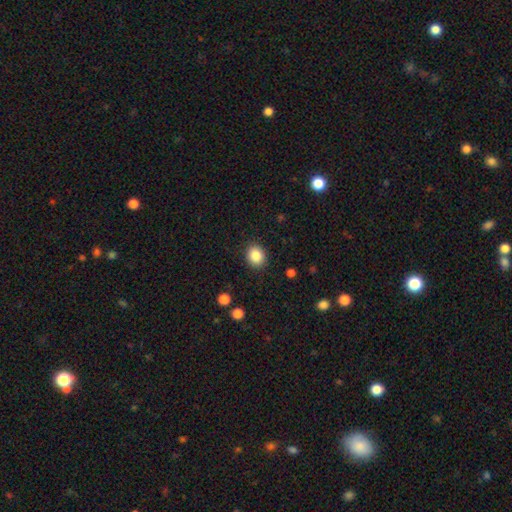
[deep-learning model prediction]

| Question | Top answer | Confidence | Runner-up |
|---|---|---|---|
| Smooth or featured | smooth | 86% | star or artifact (9%) |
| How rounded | round | 64% | in between (35%) |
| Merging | none | 89% | minor disturbance (7%) |